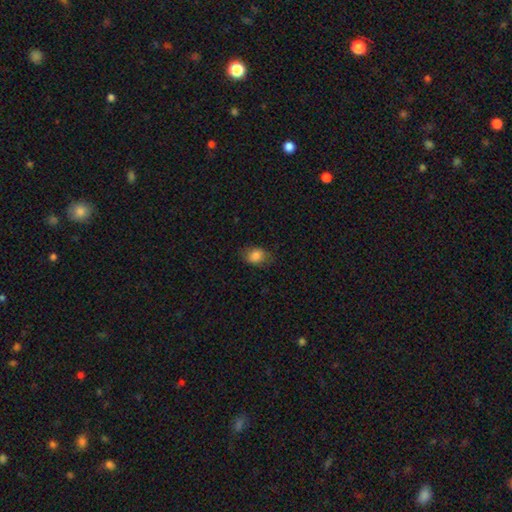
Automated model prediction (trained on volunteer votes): Morphology: type=smooth (84%); roundness=in between (63%); merging=none (76%).